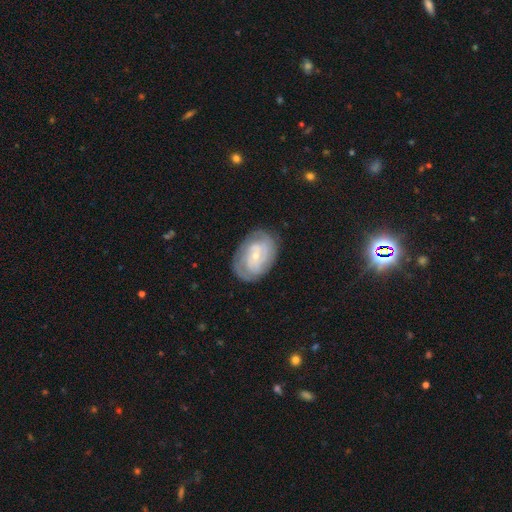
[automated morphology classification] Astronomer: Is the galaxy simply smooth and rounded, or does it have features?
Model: featured or disk — 75%.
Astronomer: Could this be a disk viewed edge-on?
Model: no — 96%.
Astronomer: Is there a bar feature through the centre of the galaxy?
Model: no — 64%.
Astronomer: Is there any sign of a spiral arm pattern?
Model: yes — 88%.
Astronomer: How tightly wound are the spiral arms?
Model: tight — 65%.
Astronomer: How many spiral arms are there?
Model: can't tell — 36% (runner-up: 2, 34%).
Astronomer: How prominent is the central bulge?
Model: small — 69%.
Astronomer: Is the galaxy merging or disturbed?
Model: none — 75%.